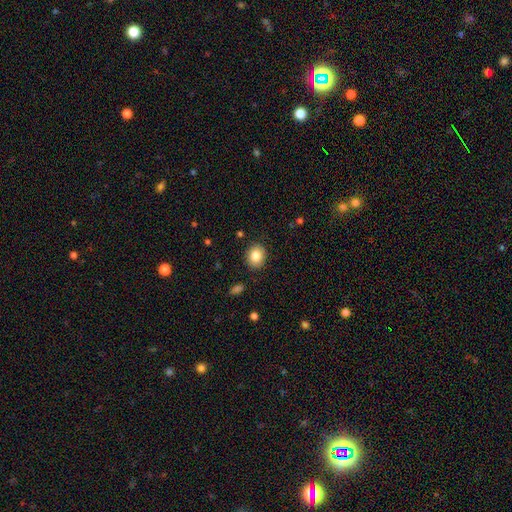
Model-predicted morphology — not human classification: Smooth or featured?
  - smooth: 84% *
  - star or artifact: 9%
  - featured or disk: 8%
How rounded?
  - round: 58% *
  - in between: 41%
  - cigar-shaped: 1%
Merging?
  - none: 88% *
  - minor disturbance: 8%
  - major disturbance: 2%
  - merger: 1%